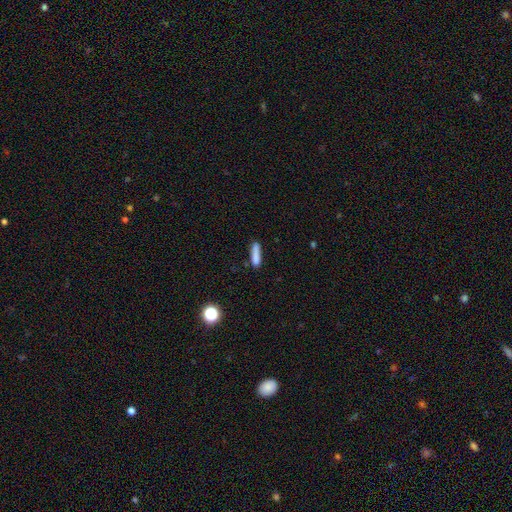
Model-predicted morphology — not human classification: A smooth galaxy with no disk features (82%) that is cigar-shaped (81%). Merging: none (74%).